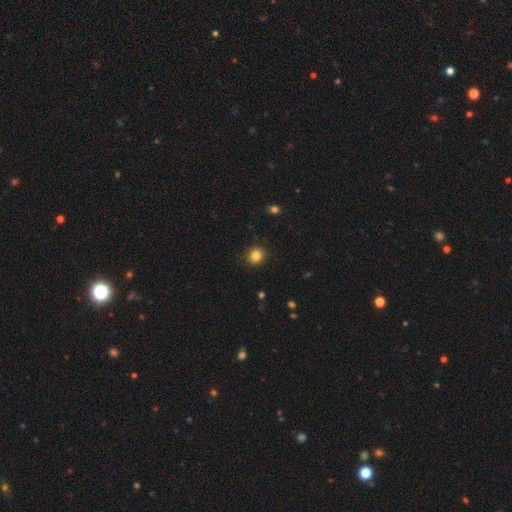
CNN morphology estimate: This appears to be a smooth galaxy with no disk features (83%) that is round (88%). Merging: none (91%).